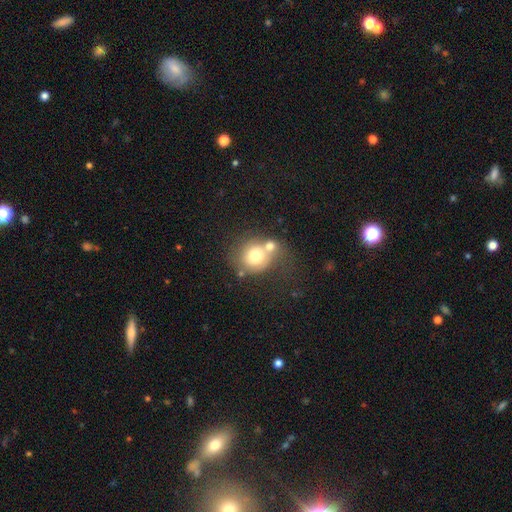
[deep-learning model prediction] Smooth or featured?
  - smooth: 66% *
  - featured or disk: 24%
  - star or artifact: 10%
How rounded?
  - round: 78% *
  - in between: 21%
  - cigar-shaped: 1%
Merging?
  - merger: 44% *
  - none: 32%
  - minor disturbance: 13%
  - major disturbance: 10%